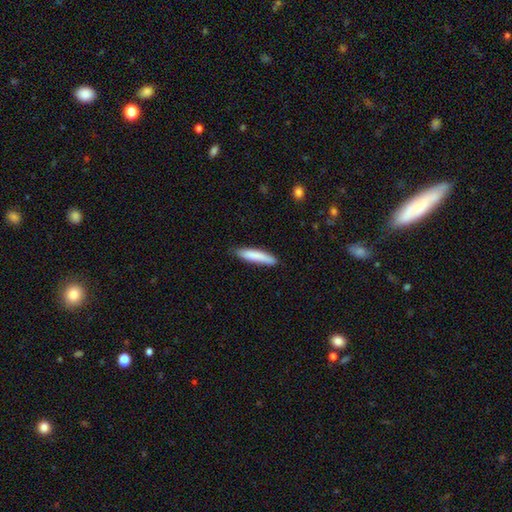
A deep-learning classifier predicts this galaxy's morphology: smooth_or_featured: smooth (p=0.83) [alt: featured or disk p=0.12]
how_rounded: cigar-shaped (p=0.86) [alt: in between p=0.13]
merging: none (p=0.82) [alt: minor disturbance p=0.15]